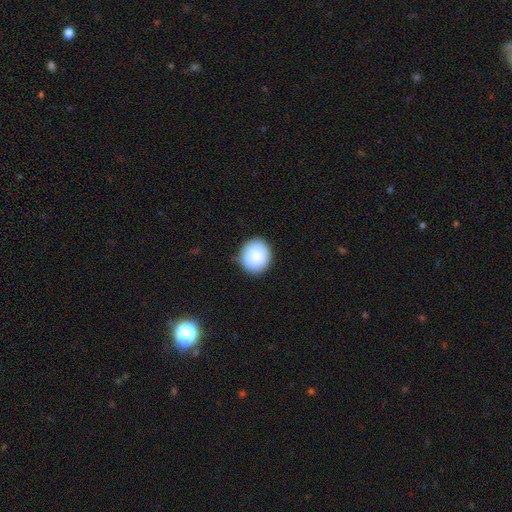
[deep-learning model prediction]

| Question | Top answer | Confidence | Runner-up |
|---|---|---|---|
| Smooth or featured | smooth | 87% | featured or disk (7%) |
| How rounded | round | 83% | in between (16%) |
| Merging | none | 81% | minor disturbance (15%) |